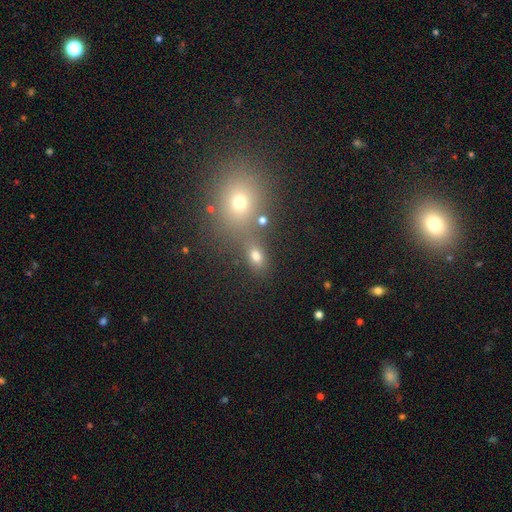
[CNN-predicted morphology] Smooth or featured?
  - smooth: 72% *
  - star or artifact: 19%
  - featured or disk: 10%
How rounded?
  - in between: 63% *
  - round: 34%
  - cigar-shaped: 3%
Merging?
  - none: 62% *
  - merger: 22%
  - minor disturbance: 11%
  - major disturbance: 6%